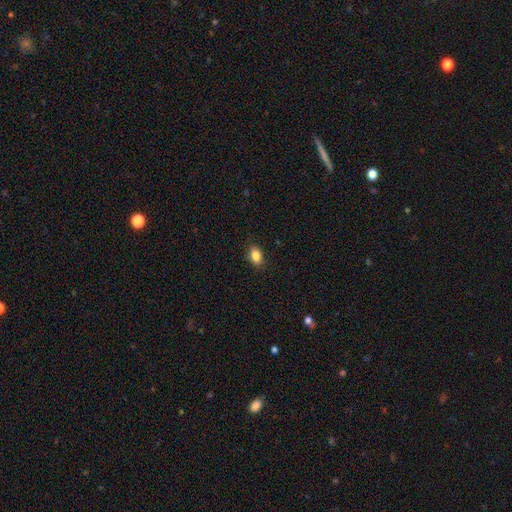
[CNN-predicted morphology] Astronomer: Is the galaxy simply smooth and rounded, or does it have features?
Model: smooth — 85%.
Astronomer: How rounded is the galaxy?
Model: in between — 85%.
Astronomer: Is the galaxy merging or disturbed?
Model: none — 87%.